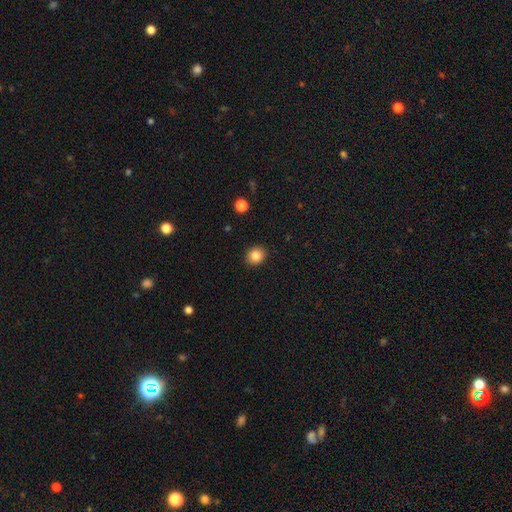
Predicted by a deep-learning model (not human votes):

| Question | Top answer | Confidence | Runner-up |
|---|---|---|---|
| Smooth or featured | smooth | 84% | star or artifact (10%) |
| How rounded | round | 70% | in between (29%) |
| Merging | none | 90% | minor disturbance (7%) |